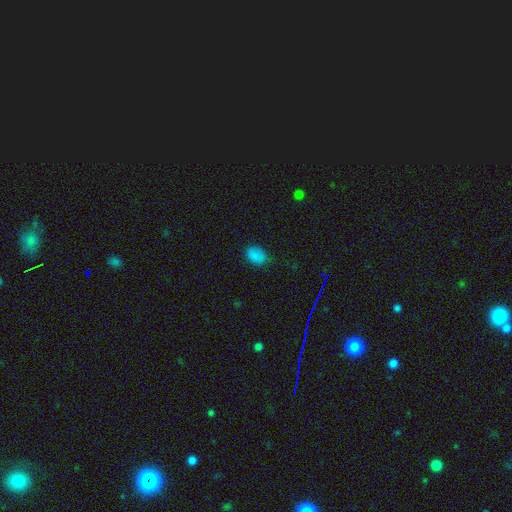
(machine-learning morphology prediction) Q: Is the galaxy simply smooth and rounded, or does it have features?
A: smooth — 81%.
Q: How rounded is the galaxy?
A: in between — 81%.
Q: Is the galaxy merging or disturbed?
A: none — 78%.